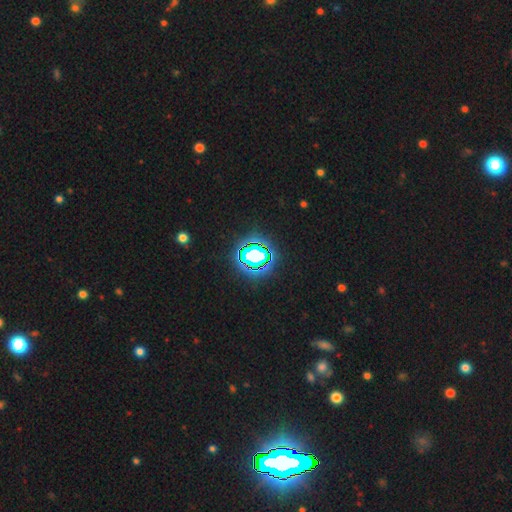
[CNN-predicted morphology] Smooth or featured? star or artifact (69%)